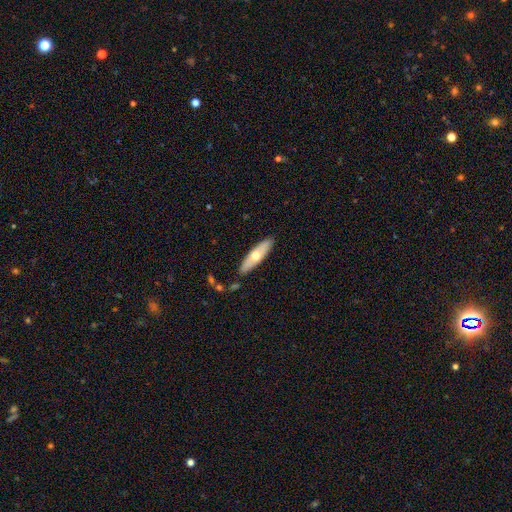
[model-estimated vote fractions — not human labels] Smooth or featured? Predicted: smooth (p=0.56). How rounded? Predicted: cigar-shaped (p=0.58). Merging? Predicted: none (p=0.87).